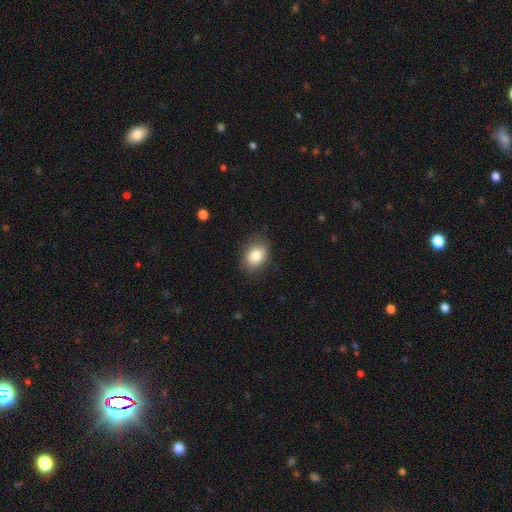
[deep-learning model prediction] Q: Smooth or featured?
A: smooth (83%); runner-up: featured or disk (9%)
Q: How rounded?
A: in between (69%); runner-up: round (30%)
Q: Merging?
A: none (83%); runner-up: minor disturbance (13%)